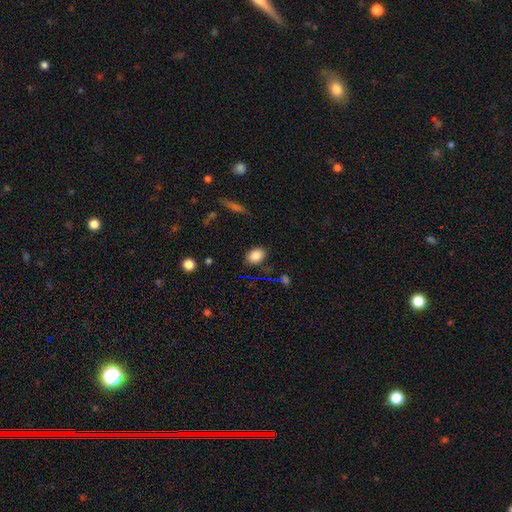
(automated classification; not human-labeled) Overall: smooth (85%). How rounded: in between (81%). Merging: none (79%).